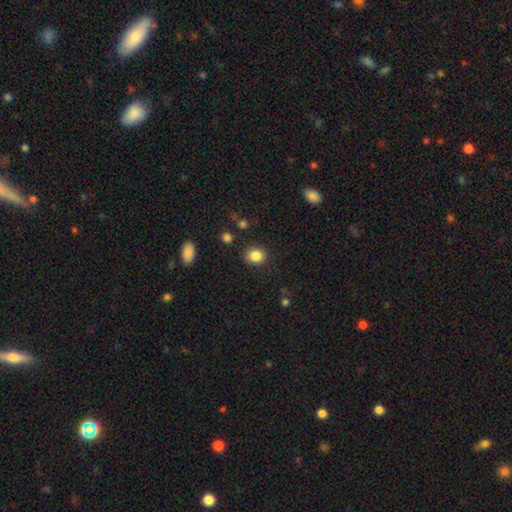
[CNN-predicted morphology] Smooth or featured: smooth — 85% (star or artifact — 10%)
How rounded: in between — 51% (round — 48%)
Merging: none — 86% (minor disturbance — 9%)